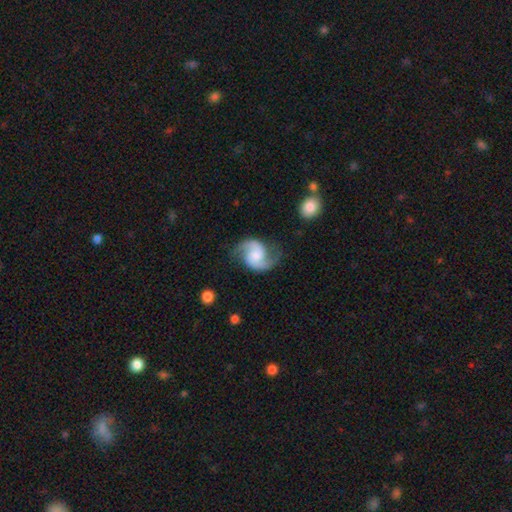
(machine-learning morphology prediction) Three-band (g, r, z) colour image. It shows a featured or disk galaxy (87%) with no bar (58%), 2 (93%) medium (52%) spiral arms (97%) and a moderate central bulge (38%). Merging: none (74%).